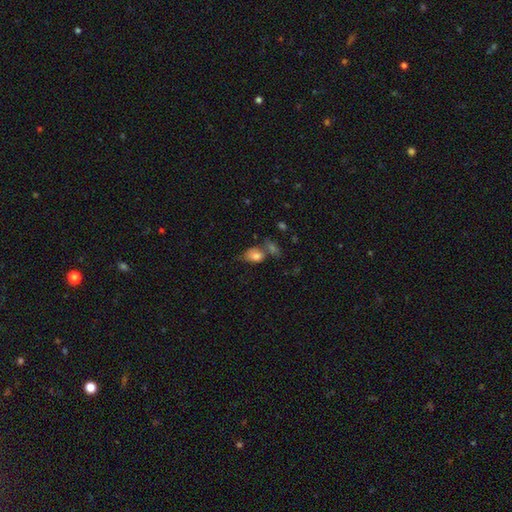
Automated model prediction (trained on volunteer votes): A smooth galaxy with no disk features (78%) that is in between round and cigar-shaped (74%). Merging: none (35%).